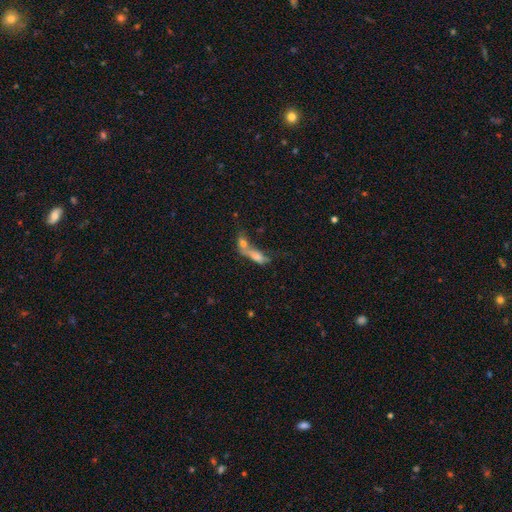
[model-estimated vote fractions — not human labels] smooth-or-featured: smooth: 61% | featured or disk: 27% | star or artifact: 12%
  how-rounded: in between: 57% | cigar-shaped: 35% | round: 8%
  merging: merger: 65% | none: 16% | major disturbance: 11% | minor disturbance: 8%